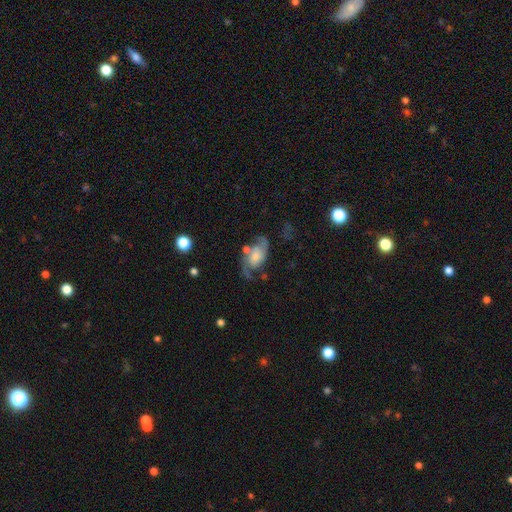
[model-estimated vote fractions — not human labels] The model was most divided on "bulge size": moderate: 30%, small: 29%, large: 19%, none: 18%, dominant: 4%. Remaining: edge-on disk — no (96%); spiral arms — yes (94%); spiral arm count — 2 (87%); smooth or featured — featured or disk (78%); bar — no (62%); merging — none (53%); spiral winding — medium (43%).